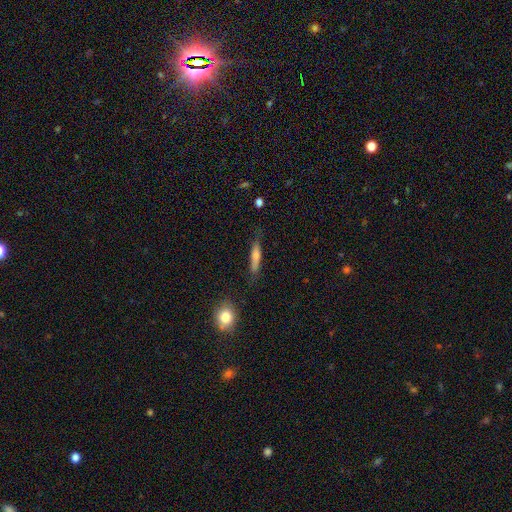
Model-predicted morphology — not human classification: Smooth or featured?
  - smooth: 64% *
  - featured or disk: 29%
  - star or artifact: 7%
How rounded?
  - cigar-shaped: 84% *
  - in between: 14%
  - round: 3%
Merging?
  - none: 74% *
  - minor disturbance: 19%
  - major disturbance: 4%
  - merger: 3%